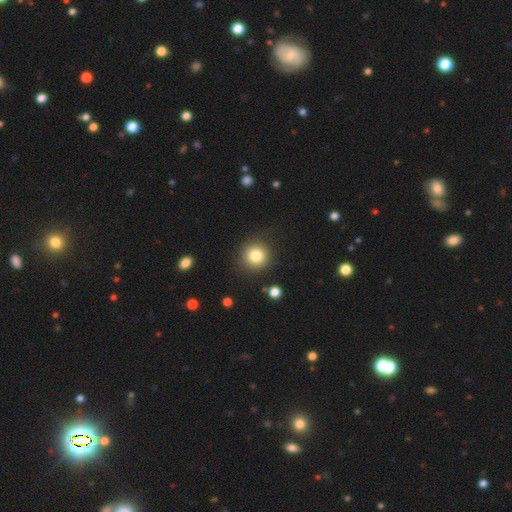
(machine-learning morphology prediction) smooth 83%, star or artifact 11%, featured or disk 7%. Down the decision tree: how rounded — round (91%); merging — none (86%).